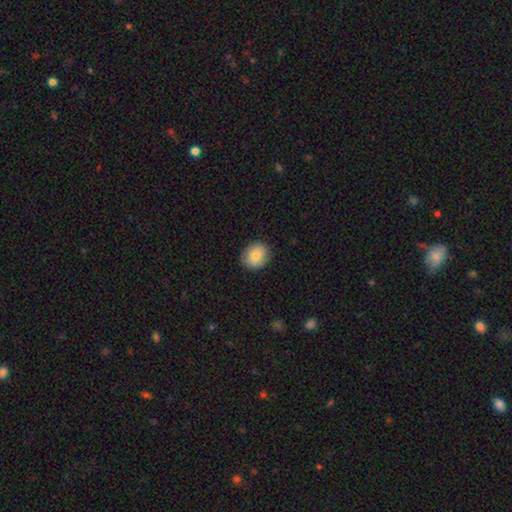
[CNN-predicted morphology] type=smooth (85%); roundness=round (69%); merging=none (88%).